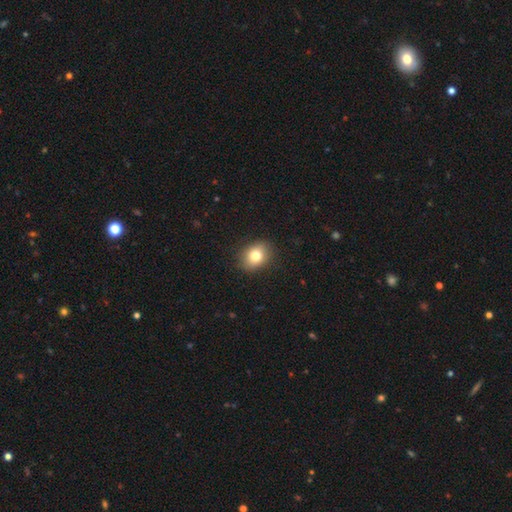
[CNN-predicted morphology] This appears to be a smooth galaxy with no disk features (80%) that is in between round and cigar-shaped (61%). Merging: none (87%).